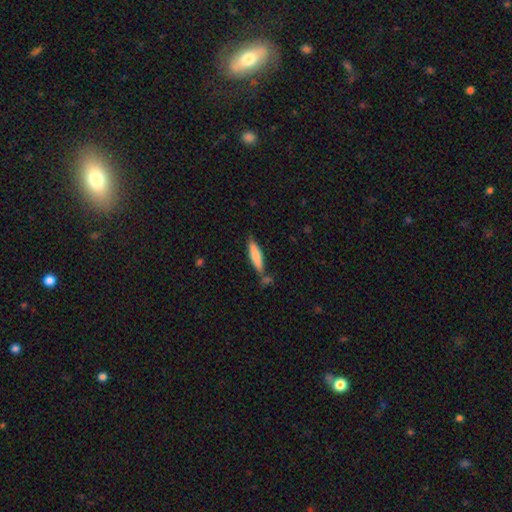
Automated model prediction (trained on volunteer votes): Q: Smooth or featured?
A: smooth (76%); runner-up: featured or disk (18%)
Q: How rounded?
A: cigar-shaped (75%); runner-up: in between (23%)
Q: Merging?
A: none (67%); runner-up: minor disturbance (18%)